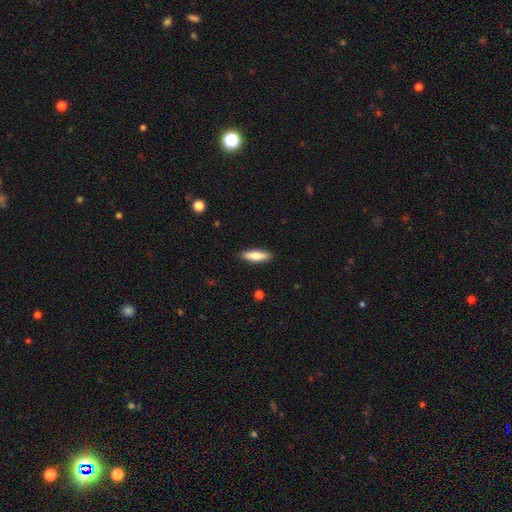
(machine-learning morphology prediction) smooth 78%, featured or disk 16%, star or artifact 6%. Down the decision tree: how rounded — cigar-shaped (52%); merging — none (89%).